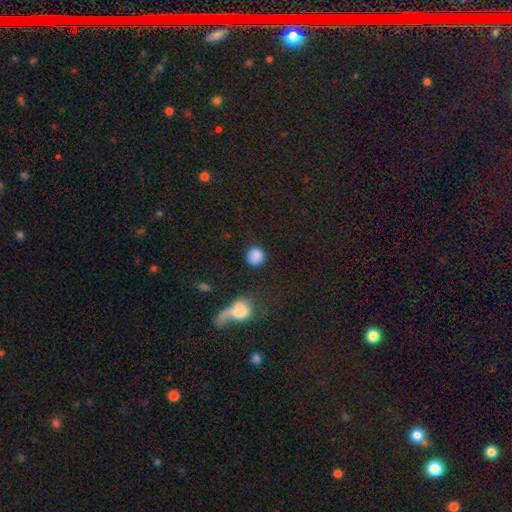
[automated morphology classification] smooth 85%, star or artifact 10%, featured or disk 5%. Down the decision tree: how rounded — round (88%); merging — none (81%).